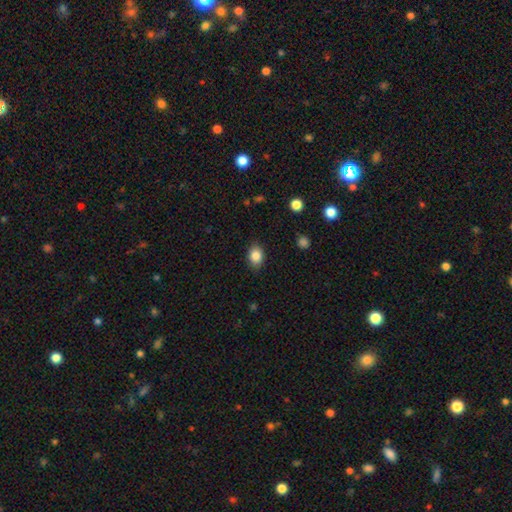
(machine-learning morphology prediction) Smooth or featured: smooth — 85% (star or artifact — 9%)
How rounded: in between — 68% (round — 31%)
Merging: none — 84% (minor disturbance — 12%)